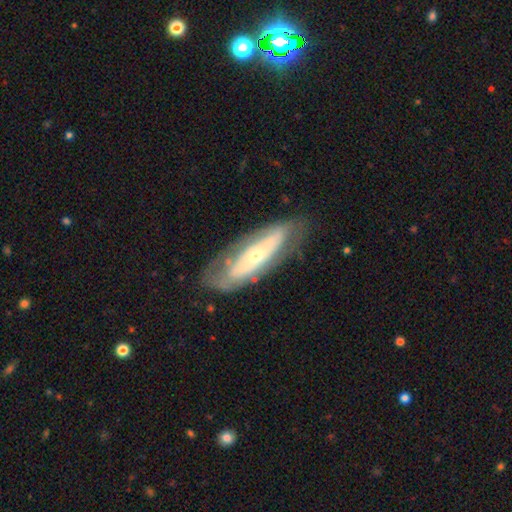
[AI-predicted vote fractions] Q: Smooth or featured?
A: featured or disk (64%); runner-up: smooth (30%)
Q: Edge-on disk?
A: no (74%); runner-up: yes (26%)
Q: Merging?
A: none (67%); runner-up: minor disturbance (21%)